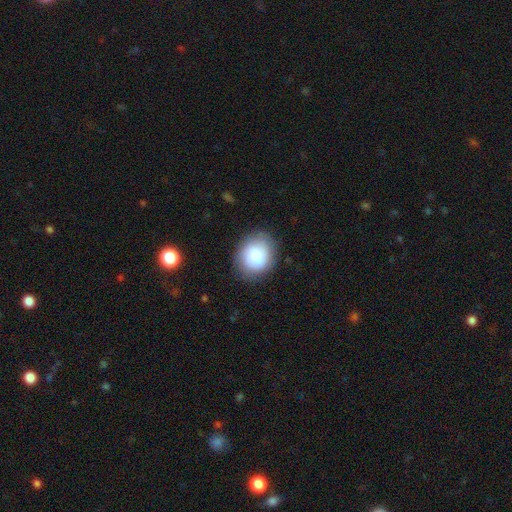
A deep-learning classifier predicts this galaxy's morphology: Smooth or featured? smooth (82%)
How rounded? round (69%)
Merging? none (81%)